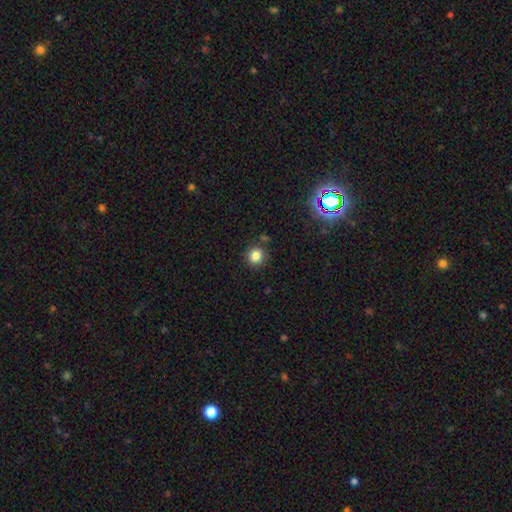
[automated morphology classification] Smooth or featured? smooth (83%)
How rounded? round (87%)
Merging? none (84%)